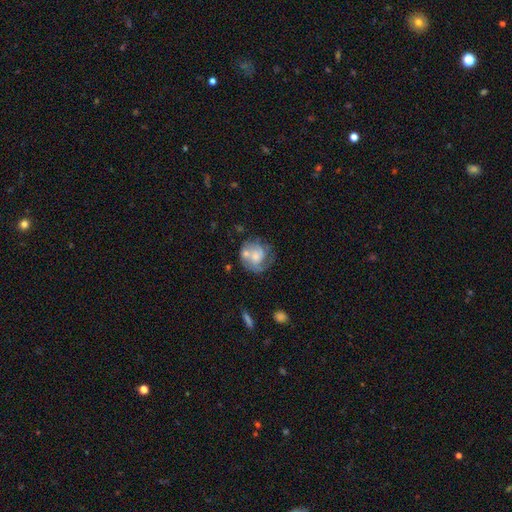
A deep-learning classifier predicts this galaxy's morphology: Q: Smooth or featured?
A: featured or disk (52%); runner-up: smooth (41%)
Q: Edge-on disk?
A: no (98%); runner-up: yes (2%)
Q: Bar?
A: no (78%); runner-up: weak (18%)
Q: Spiral arms?
A: yes (57%); runner-up: no (43%)
Q: Bulge size?
A: moderate (39%); runner-up: small (32%)
Q: Merging?
A: none (42%); runner-up: minor disturbance (22%)